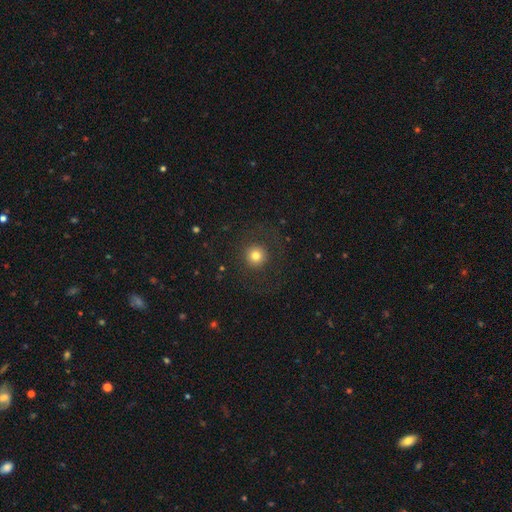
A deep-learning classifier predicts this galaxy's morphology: Smooth or featured? smooth (76%)
How rounded? round (95%)
Merging? none (85%)